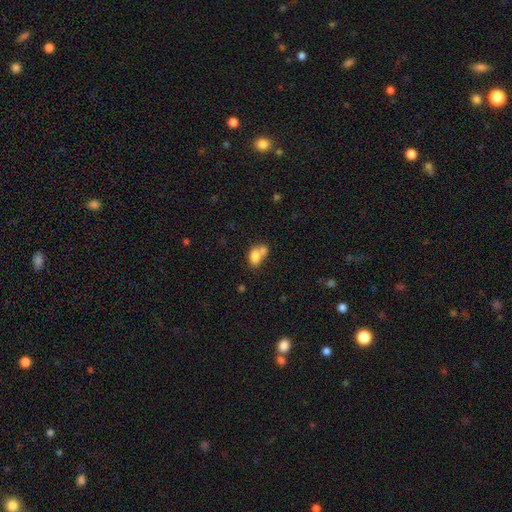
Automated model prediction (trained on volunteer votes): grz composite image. It shows a smooth galaxy with no disk features (77%) that is in between round and cigar-shaped (74%). Merging: merger (58%).